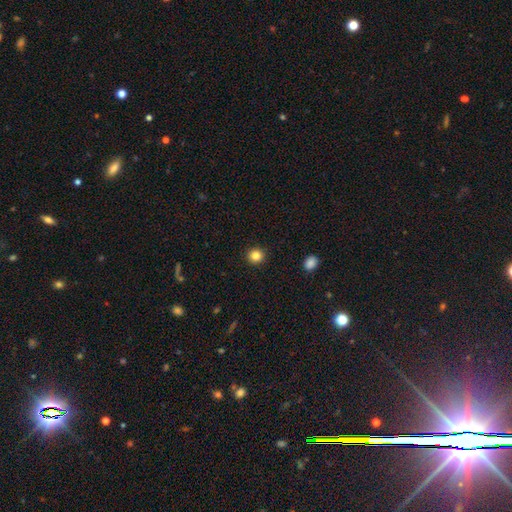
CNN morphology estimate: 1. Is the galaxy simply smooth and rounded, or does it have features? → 85% smooth, 11% star or artifact, 4% featured or disk.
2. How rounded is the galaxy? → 93% round, 6% in between, 1% cigar-shaped.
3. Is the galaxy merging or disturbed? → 93% none, 4% minor disturbance, 2% major disturbance, 1% merger.